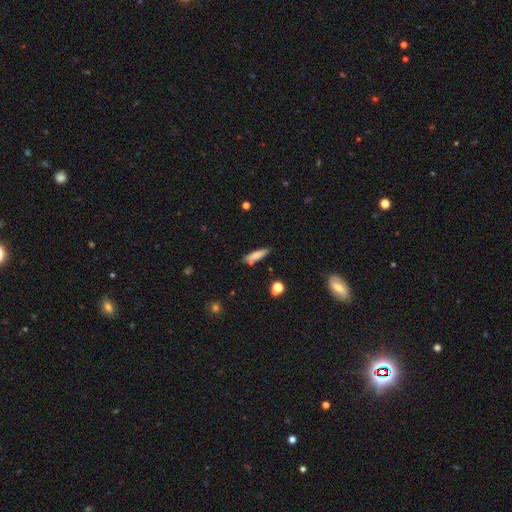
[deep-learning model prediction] Overall: smooth (75%). How rounded: cigar-shaped (73%). Merging: none (75%).